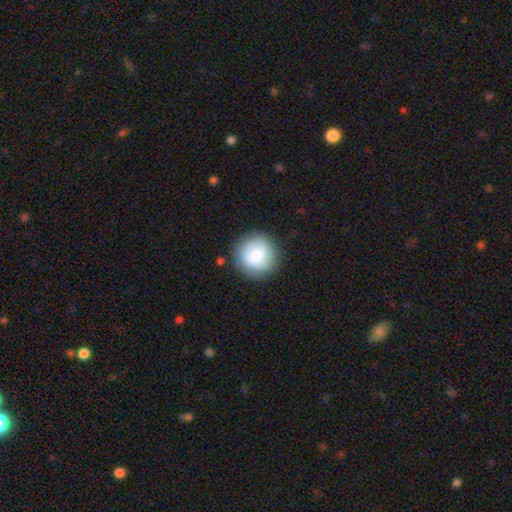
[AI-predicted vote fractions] smooth 76%, featured or disk 17%, star or artifact 7%. Down the decision tree: how rounded — round (94%); merging — none (84%).